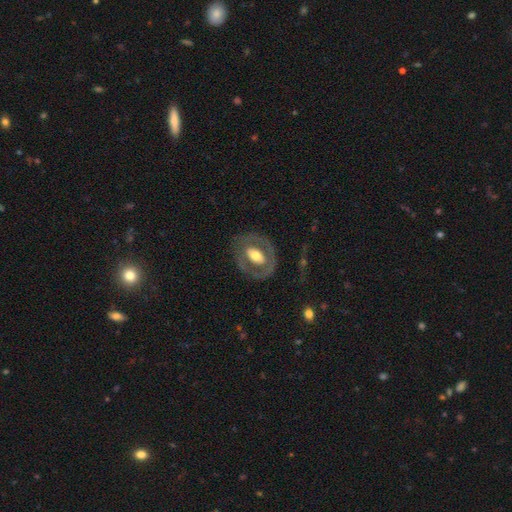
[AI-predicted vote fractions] Q: Smooth or featured?
A: featured or disk (60%); runner-up: smooth (35%)
Q: Edge-on disk?
A: no (93%); runner-up: yes (7%)
Q: Bar?
A: no (54%); runner-up: weak (26%)
Q: Spiral arms?
A: no (76%); runner-up: yes (24%)
Q: Bulge size?
A: moderate (54%); runner-up: large (32%)
Q: Merging?
A: none (69%); runner-up: minor disturbance (16%)